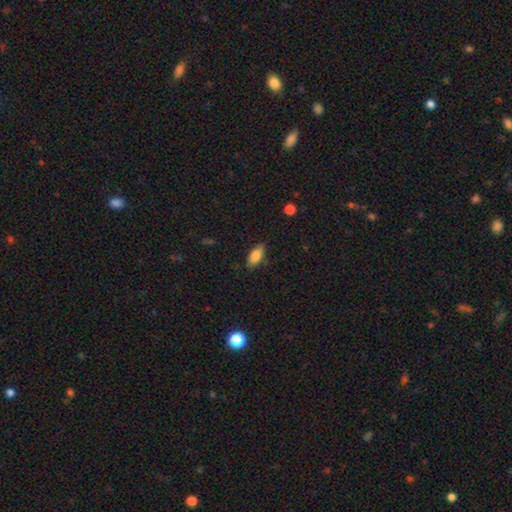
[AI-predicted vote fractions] Smooth or featured? Predicted: smooth (p=0.83). How rounded? Predicted: in between (p=0.87). Merging? Predicted: none (p=0.79).